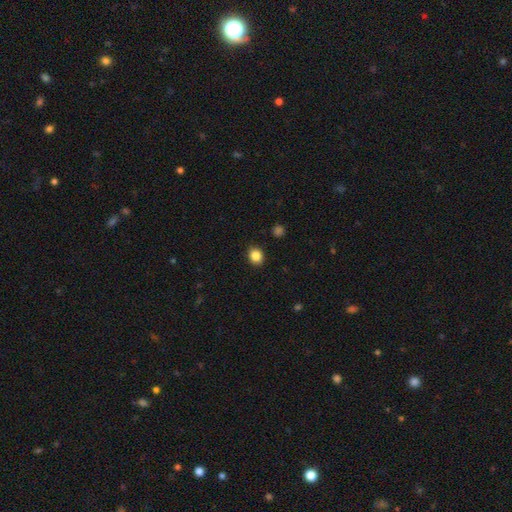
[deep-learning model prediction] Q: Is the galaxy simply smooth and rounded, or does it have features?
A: smooth — 86%.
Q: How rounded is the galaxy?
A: round — 67%.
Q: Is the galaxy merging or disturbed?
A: none — 91%.